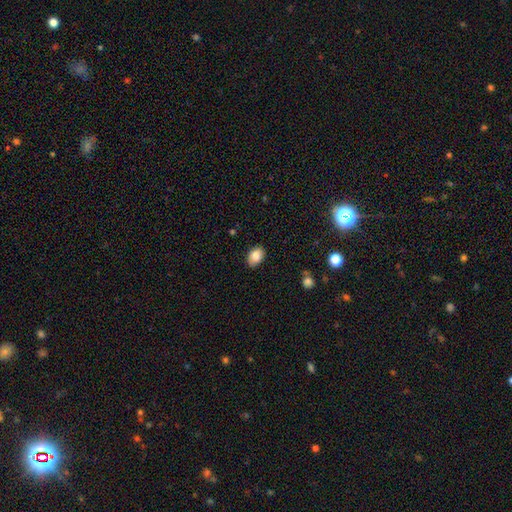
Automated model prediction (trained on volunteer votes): smooth_or_featured: smooth (p=0.82) [alt: featured or disk p=0.10]
how_rounded: in between (p=0.79) [alt: round p=0.20]
merging: none (p=0.86) [alt: minor disturbance p=0.11]